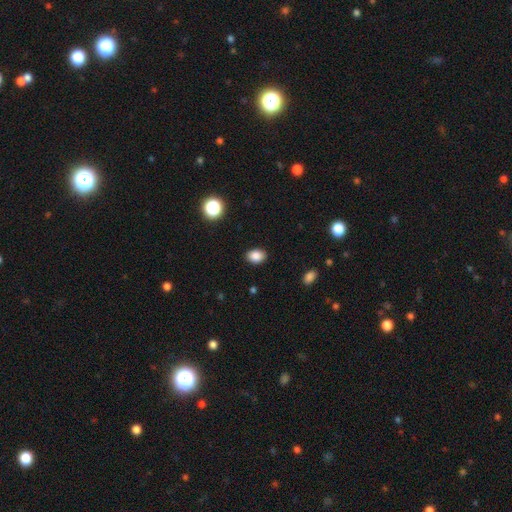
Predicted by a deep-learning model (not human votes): Q: Smooth or featured?
A: smooth (86%); runner-up: star or artifact (10%)
Q: How rounded?
A: in between (75%); runner-up: round (24%)
Q: Merging?
A: none (88%); runner-up: minor disturbance (8%)